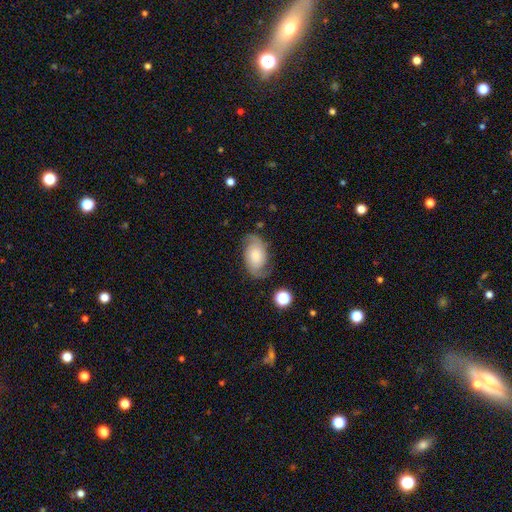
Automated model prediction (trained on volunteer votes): A featured or disk galaxy (57%) with no bar (73%), spiral arms (89%) and a small central bulge (29%). Merging: none (70%).